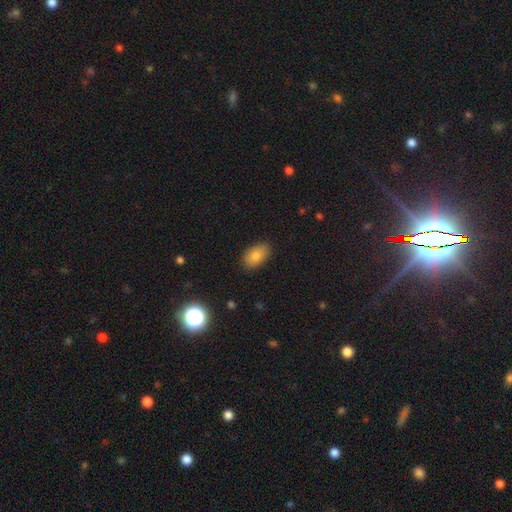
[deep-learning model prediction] smooth_or_featured: smooth (p=0.82) [alt: featured or disk p=0.10]
how_rounded: in between (p=0.91) [alt: round p=0.07]
merging: none (p=0.85) [alt: minor disturbance p=0.11]